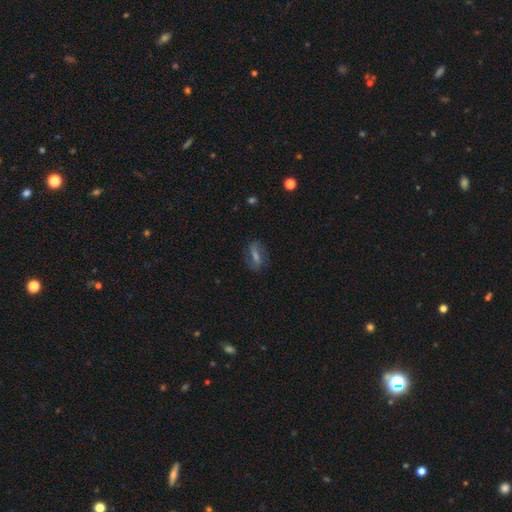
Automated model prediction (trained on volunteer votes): A featured or disk galaxy (56%).

Vote fractions:
- Smooth or featured? featured or disk: 56% / smooth: 30% / star or artifact: 14%
- Edge-on disk? no: 86% / yes: 14%
- Merging? none: 80% / minor disturbance: 13% / major disturbance: 5% / merger: 1%